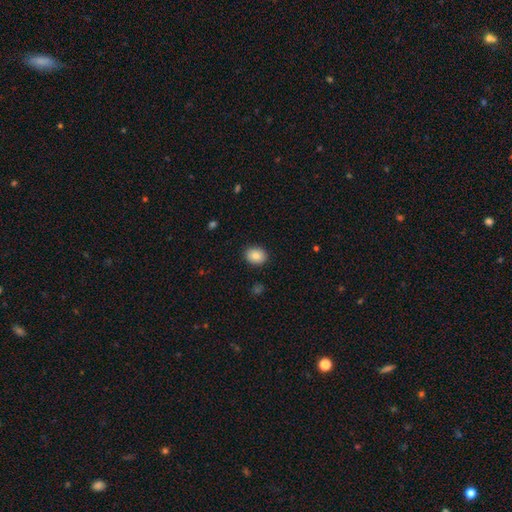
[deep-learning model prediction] smooth 85%, star or artifact 8%, featured or disk 7%. Down the decision tree: how rounded — in between (52%); merging — none (89%).